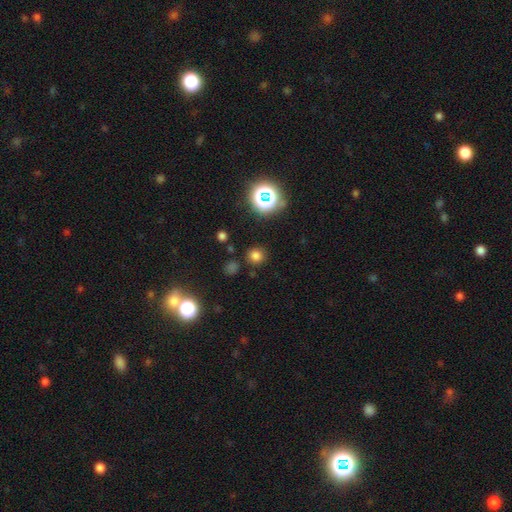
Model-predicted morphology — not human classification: Overall: smooth (71%). How rounded: round (89%). Merging: none (86%).